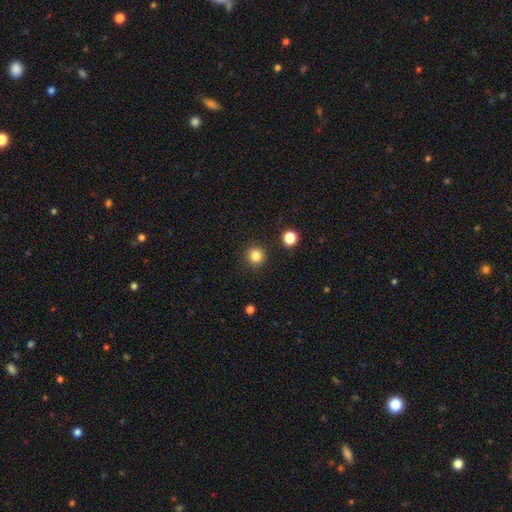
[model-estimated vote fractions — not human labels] smooth 83%, star or artifact 12%, featured or disk 5%. Down the decision tree: how rounded — round (94%); merging — none (91%).